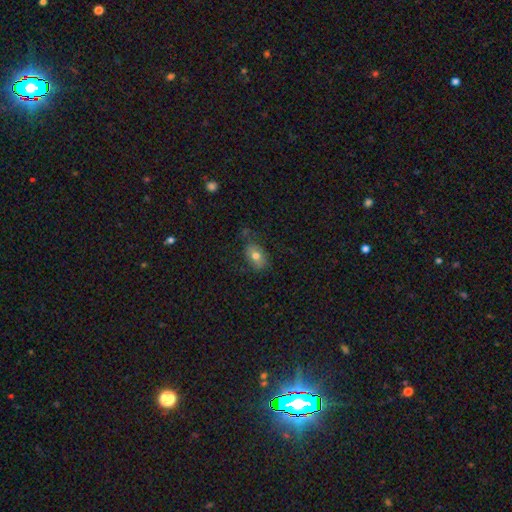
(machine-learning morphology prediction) Overall: smooth (73%). How rounded: in between (83%). Merging: none (68%).